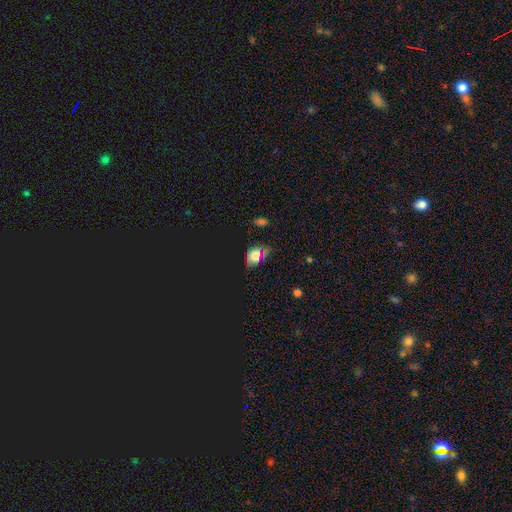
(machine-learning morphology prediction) Smooth or featured? Predicted: smooth (p=0.60). How rounded? Predicted: in between (p=0.70). Merging? Predicted: none (p=0.66).